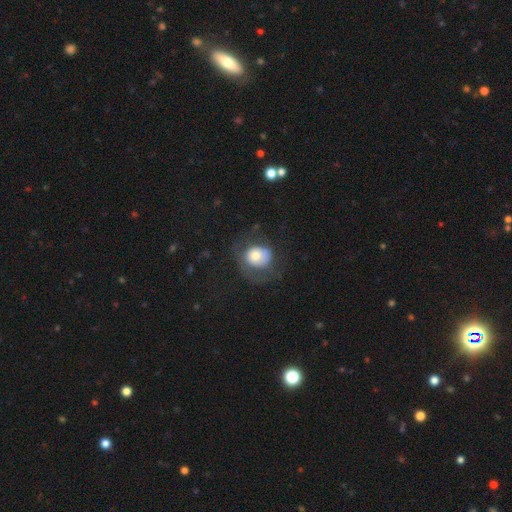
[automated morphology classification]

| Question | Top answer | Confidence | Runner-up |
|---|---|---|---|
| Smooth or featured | smooth | 63% | featured or disk (28%) |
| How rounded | round | 76% | in between (23%) |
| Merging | none | 43% | major disturbance (33%) |